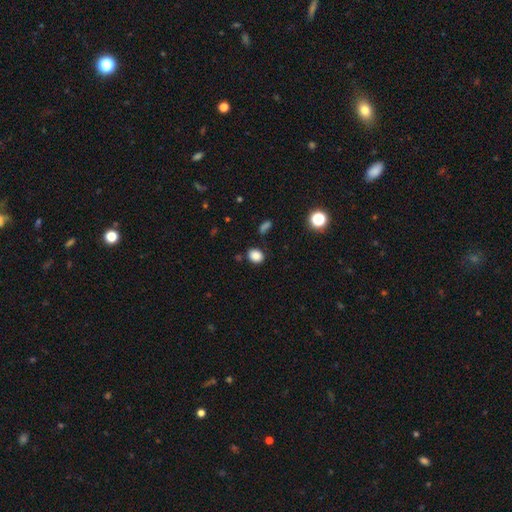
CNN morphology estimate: Smooth or featured? Predicted: smooth (p=0.85). How rounded? Predicted: round (p=0.54). Merging? Predicted: none (p=0.83).